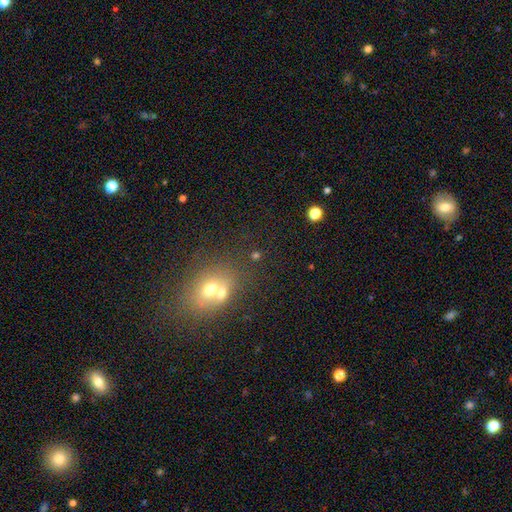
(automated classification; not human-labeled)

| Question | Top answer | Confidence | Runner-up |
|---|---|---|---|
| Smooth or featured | smooth | 54% | star or artifact (28%) |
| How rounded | round | 60% | in between (37%) |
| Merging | none | 48% | merger (38%) |